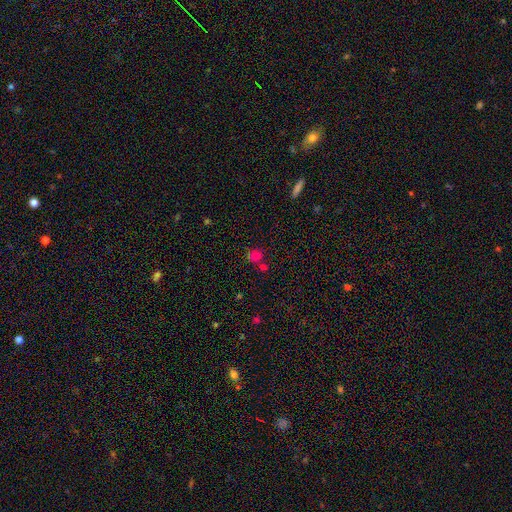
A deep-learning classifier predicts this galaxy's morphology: Q: Smooth or featured?
A: smooth (69%); runner-up: star or artifact (23%)
Q: How rounded?
A: round (80%); runner-up: in between (19%)
Q: Merging?
A: none (61%); runner-up: merger (22%)